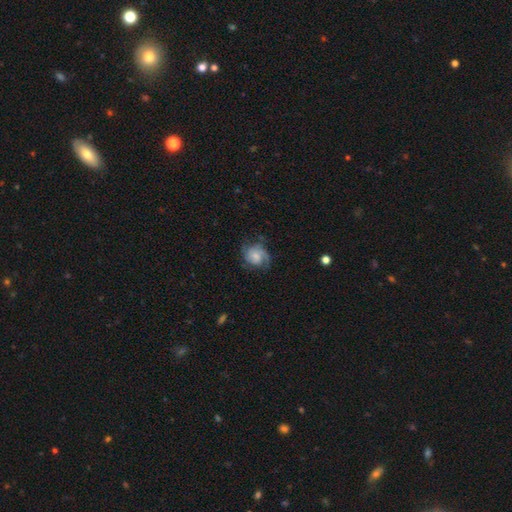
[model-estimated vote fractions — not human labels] featured or disk 64%, smooth 29%, star or artifact 7%. Down the decision tree: edge-on disk — no (98%); bar — no (66%); spiral arms — yes (90%); spiral arm count — 2 (50%); spiral winding — medium (42%); bulge size — small (43%); merging — none (60%).